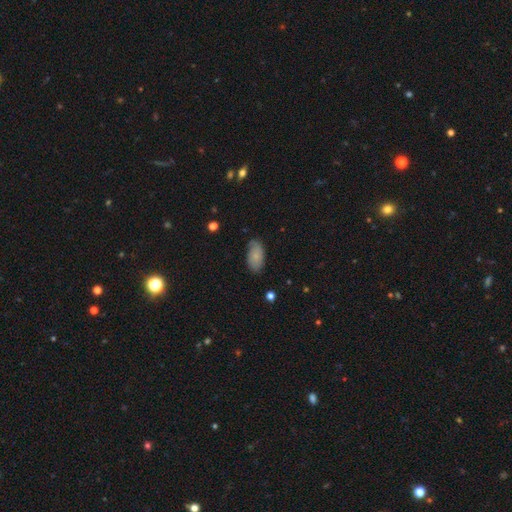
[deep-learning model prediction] This appears to be a smooth galaxy with no disk features (72%) that is in between round and cigar-shaped (93%). Merging: none (69%).